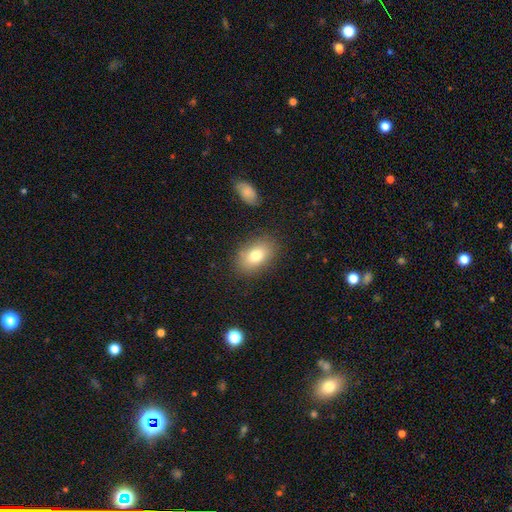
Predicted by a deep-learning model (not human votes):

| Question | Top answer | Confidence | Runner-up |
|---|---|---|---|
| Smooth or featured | smooth | 78% | featured or disk (13%) |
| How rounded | in between | 84% | round (15%) |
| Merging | none | 83% | minor disturbance (11%) |